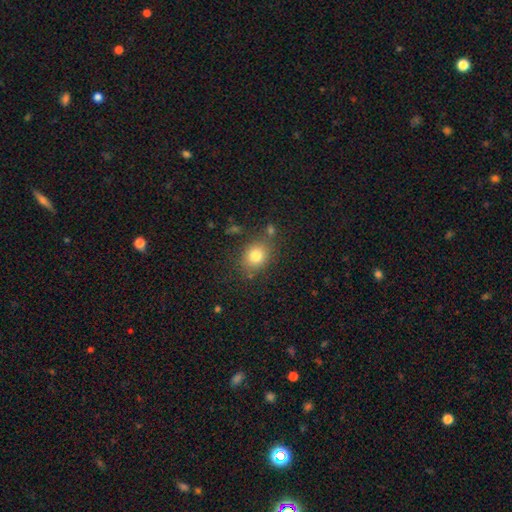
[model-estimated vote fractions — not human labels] The model was most divided on "how rounded": round: 61%, in between: 38%, cigar-shaped: 1%. More confident: smooth or featured — smooth (80%); merging — none (76%).